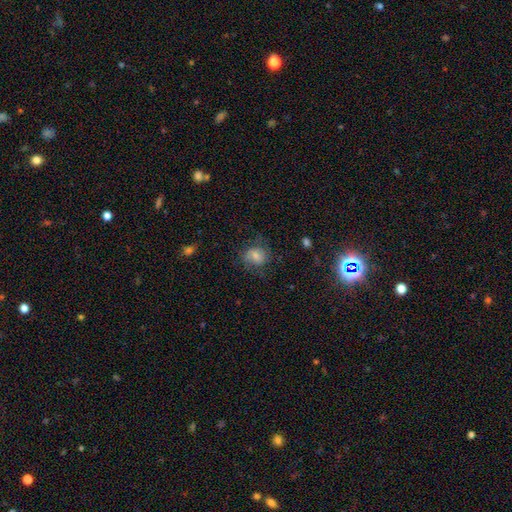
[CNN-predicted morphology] The model was most divided on "how rounded": round: 62%, in between: 36%, cigar-shaped: 1%. More confident: smooth or featured — smooth (62%); merging — none (59%).